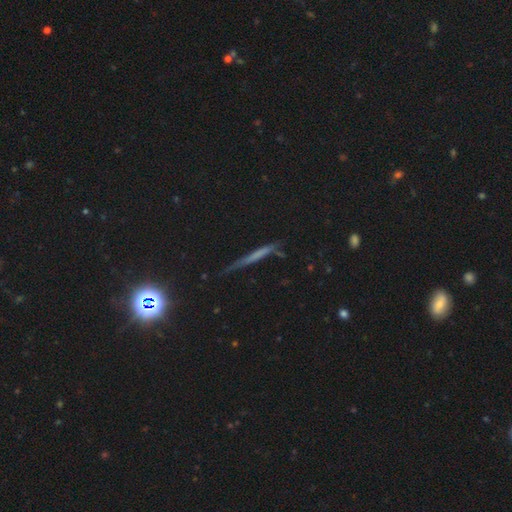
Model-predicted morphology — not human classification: smooth-or-featured: smooth: 43% | featured or disk: 38% | star or artifact: 19%
  merging: none: 72% | minor disturbance: 20% | major disturbance: 5% | merger: 3%